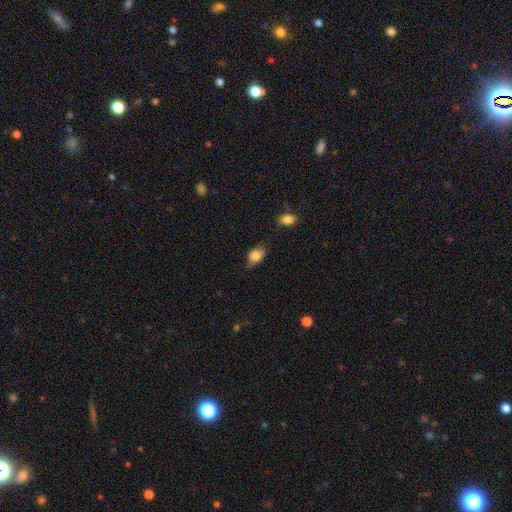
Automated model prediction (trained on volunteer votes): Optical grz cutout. It shows a smooth galaxy with no disk features (81%) that is in between round and cigar-shaped (83%). Merging: none (63%).